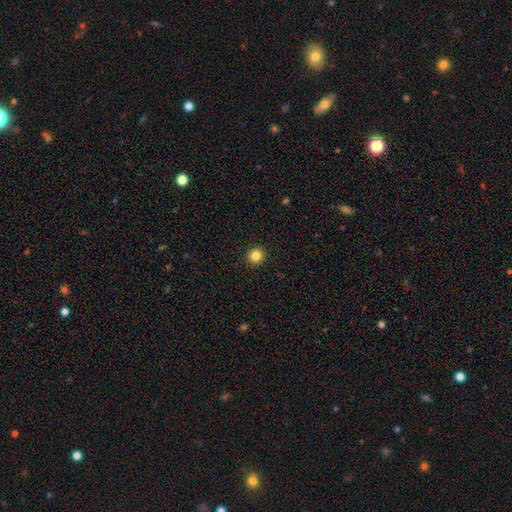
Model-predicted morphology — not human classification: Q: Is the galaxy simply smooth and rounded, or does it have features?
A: smooth — 83%.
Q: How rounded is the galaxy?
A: round — 92%.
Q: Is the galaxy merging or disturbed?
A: none — 93%.